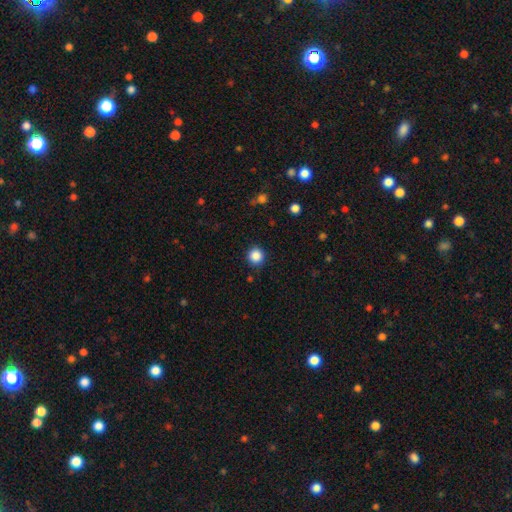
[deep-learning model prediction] smooth 87%, star or artifact 10%, featured or disk 3%. Down the decision tree: how rounded — round (94%); merging — none (90%).